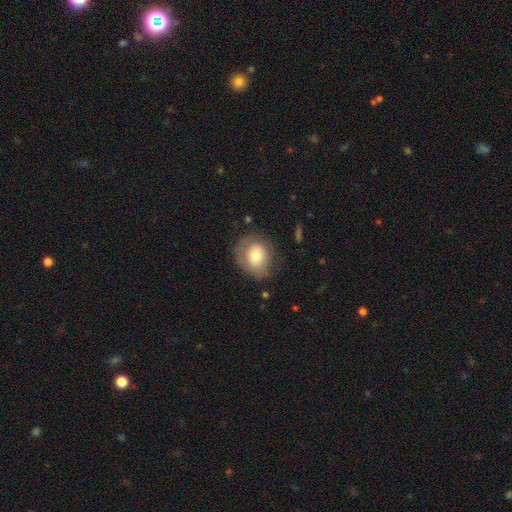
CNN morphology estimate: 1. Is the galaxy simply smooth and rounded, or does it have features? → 68% smooth, 24% featured or disk, 8% star or artifact.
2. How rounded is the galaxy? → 68% round, 31% in between, 1% cigar-shaped.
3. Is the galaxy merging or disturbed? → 70% none, 19% minor disturbance, 9% major disturbance, 2% merger.